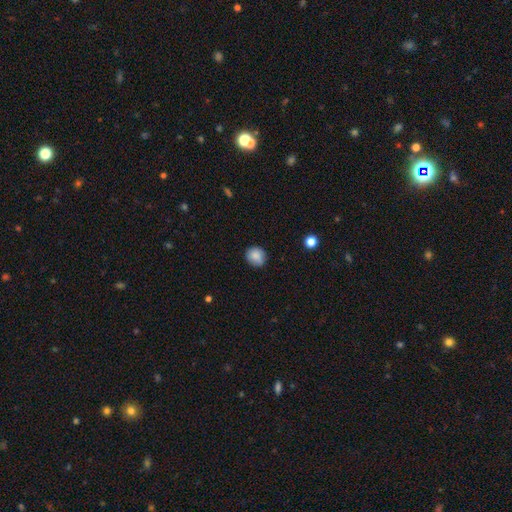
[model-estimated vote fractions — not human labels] Morphology: type=smooth (84%); roundness=round (85%); merging=none (78%).